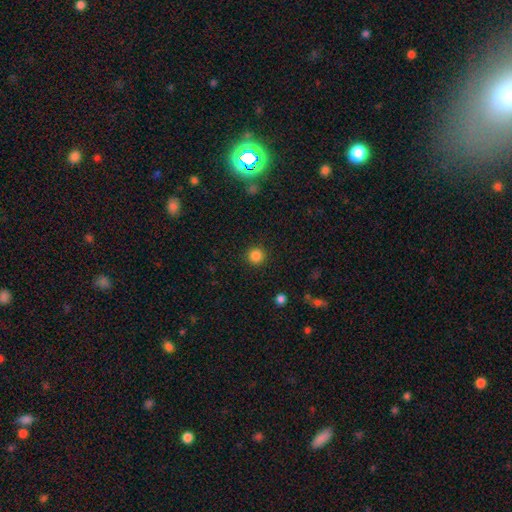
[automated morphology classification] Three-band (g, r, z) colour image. It shows a smooth galaxy with no disk features (85%) that is round (94%). Merging: none (91%).